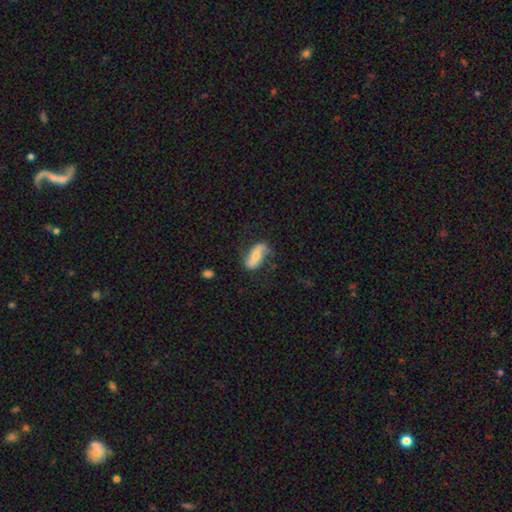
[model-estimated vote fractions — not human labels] Smooth or featured? Predicted: featured or disk (p=0.53). Edge-on disk? Predicted: no (p=0.88). Merging? Predicted: none (p=0.63).